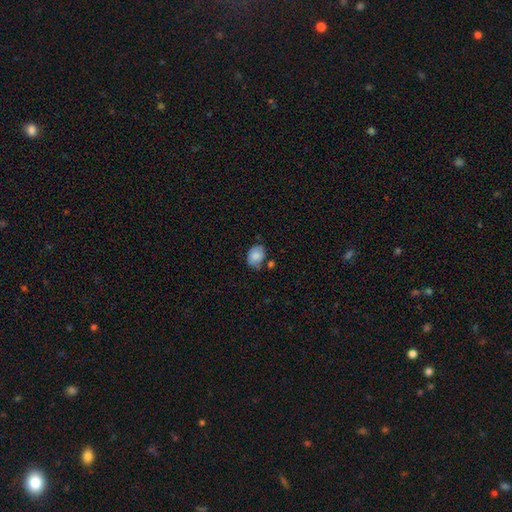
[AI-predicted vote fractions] Morphology: type=smooth (80%); roundness=in between (64%); merging=none (56%).